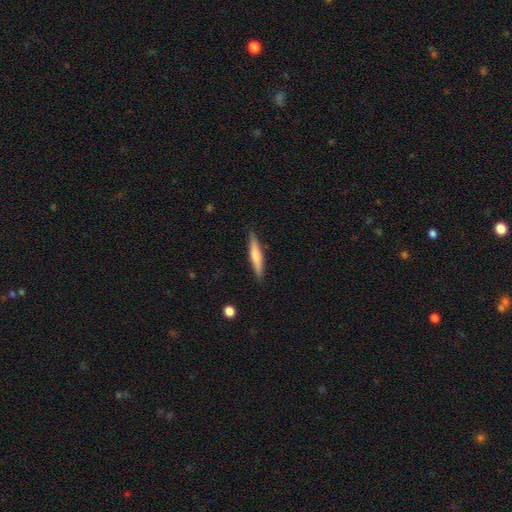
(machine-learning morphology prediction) smooth-or-featured: smooth: 59% | featured or disk: 36% | star or artifact: 6%
  how-rounded: cigar-shaped: 91% | in between: 8% | round: 1%
  merging: none: 88% | minor disturbance: 9% | major disturbance: 2% | merger: 1%